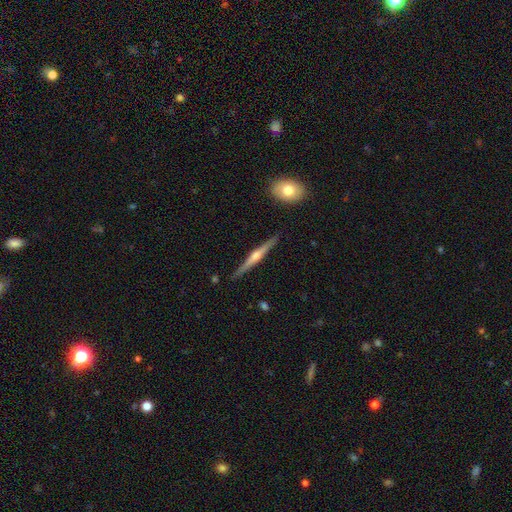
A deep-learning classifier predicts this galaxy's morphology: This is likely a featured or disk galaxy (79%). It is clearly viewed edge-on (98%). Edge-on bulge: clearly rounded (87%). Merging: clearly none (90%).